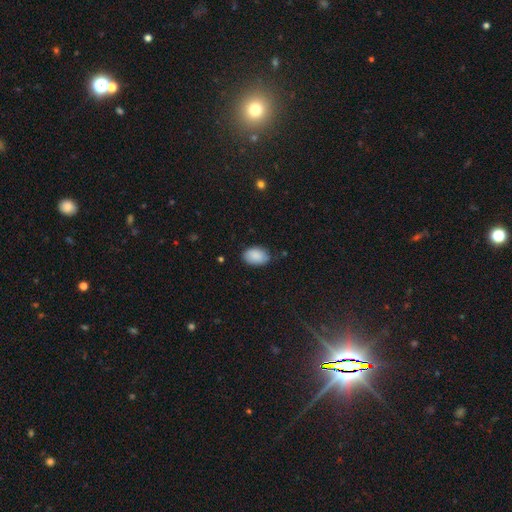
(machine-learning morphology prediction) A smooth galaxy with no disk features (89%) that is in between round and cigar-shaped (89%). Merging: none (76%).